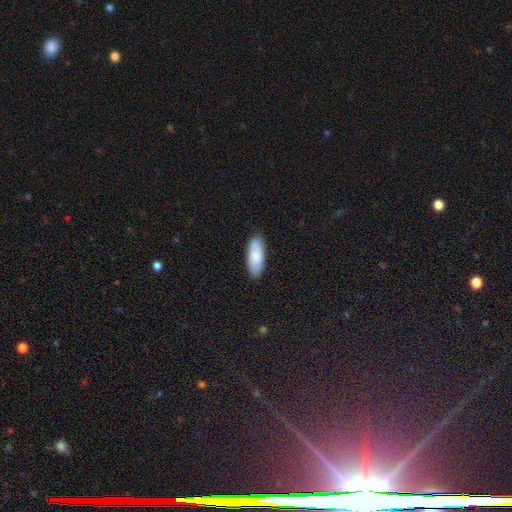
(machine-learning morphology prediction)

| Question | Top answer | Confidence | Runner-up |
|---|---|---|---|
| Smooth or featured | smooth | 83% | featured or disk (11%) |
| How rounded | in between | 74% | cigar-shaped (24%) |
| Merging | none | 86% | minor disturbance (11%) |